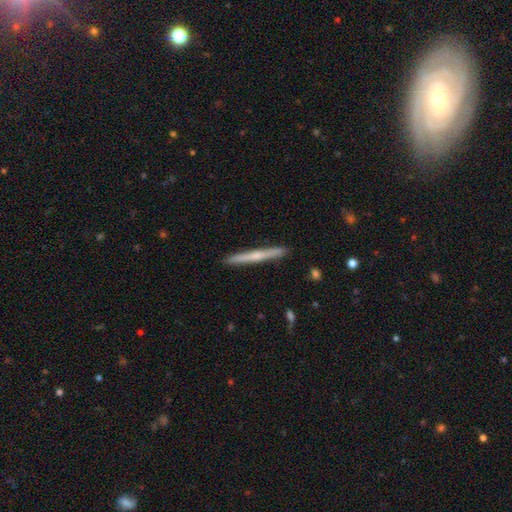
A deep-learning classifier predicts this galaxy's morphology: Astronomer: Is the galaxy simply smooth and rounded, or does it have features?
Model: featured or disk — 57% (runner-up: smooth, 38%).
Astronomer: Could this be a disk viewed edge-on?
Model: yes — 98%.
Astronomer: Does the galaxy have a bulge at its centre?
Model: rounded — 60% (runner-up: none, 35%).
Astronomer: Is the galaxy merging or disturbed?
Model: none — 92%.